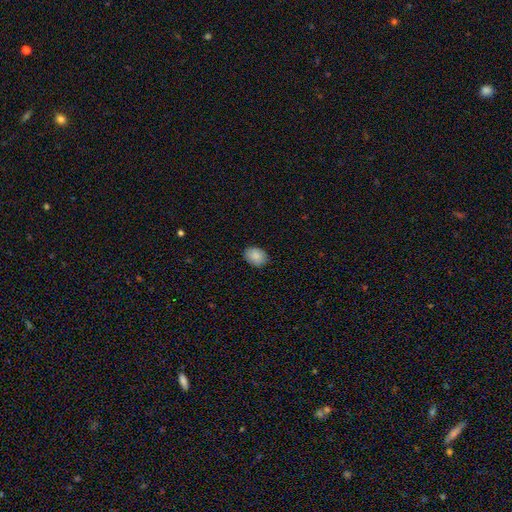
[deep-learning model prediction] Smooth or featured?
  - smooth: 88% *
  - star or artifact: 7%
  - featured or disk: 4%
How rounded?
  - in between: 66% *
  - round: 33%
  - cigar-shaped: 1%
Merging?
  - none: 87% *
  - minor disturbance: 10%
  - major disturbance: 2%
  - merger: 1%